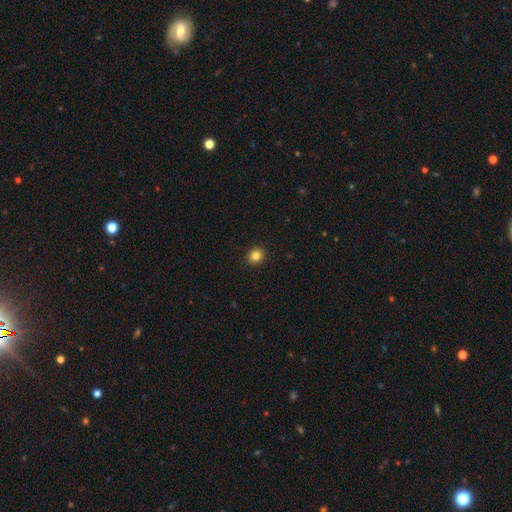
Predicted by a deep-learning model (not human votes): Smooth or featured? Predicted: smooth (p=0.84). How rounded? Predicted: round (p=0.86). Merging? Predicted: none (p=0.92).